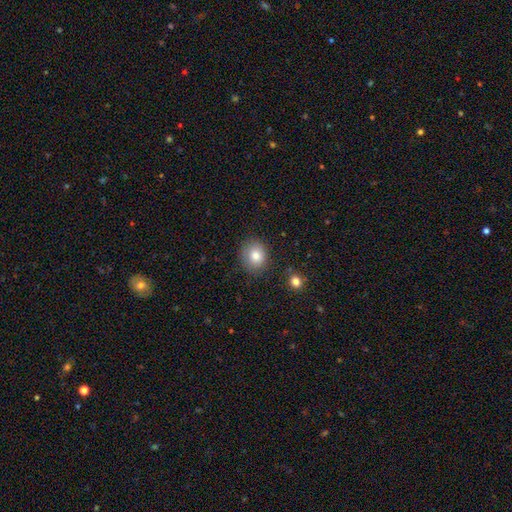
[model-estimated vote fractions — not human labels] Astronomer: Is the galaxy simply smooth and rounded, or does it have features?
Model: smooth — 82%.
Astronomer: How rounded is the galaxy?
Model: round — 70%.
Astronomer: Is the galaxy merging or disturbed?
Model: none — 82%.